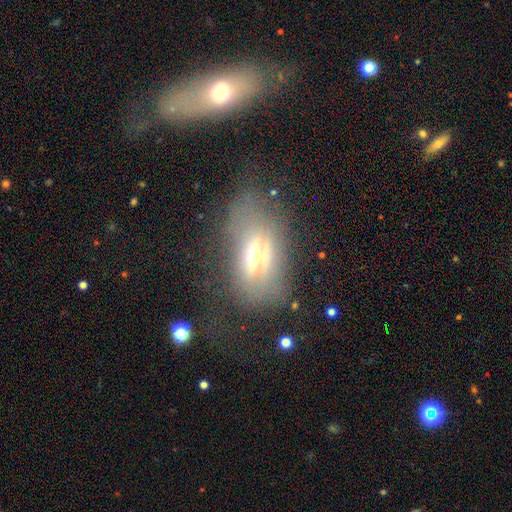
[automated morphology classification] A featured or disk galaxy (46%).

Vote fractions:
- Smooth or featured? featured or disk: 46% / smooth: 40% / star or artifact: 14%
- Merging? none: 44% / major disturbance: 28% / minor disturbance: 23% / merger: 4%